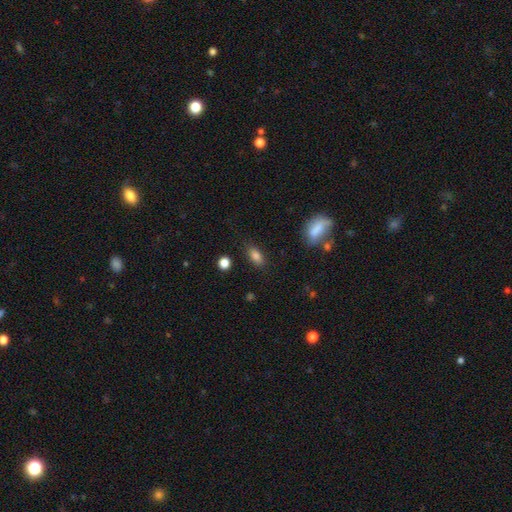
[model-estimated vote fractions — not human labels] Smooth or featured: smooth — 84% (star or artifact — 9%)
How rounded: in between — 84% (cigar-shaped — 9%)
Merging: none — 84% (minor disturbance — 11%)